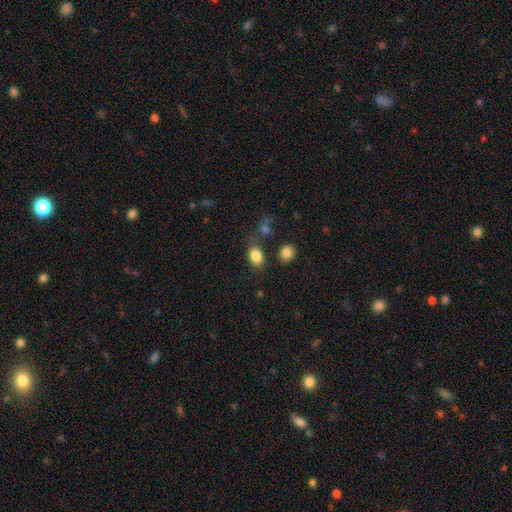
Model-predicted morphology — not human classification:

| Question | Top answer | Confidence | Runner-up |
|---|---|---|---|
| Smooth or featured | smooth | 85% | star or artifact (10%) |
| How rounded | in between | 69% | round (30%) |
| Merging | none | 76% | minor disturbance (12%) |